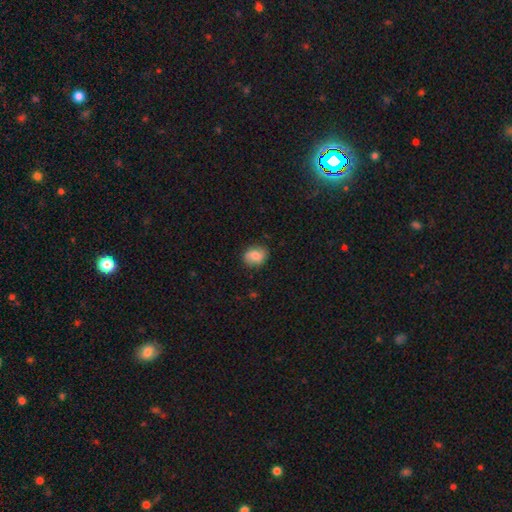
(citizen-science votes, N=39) Smooth or featured?
  - smooth: 69% *
  - featured or disk: 26%
  - star or artifact: 5%
How rounded?
  - in between: 52% *
  - round: 48%
  - cigar-shaped: 0%
Merging?
  - none: 86% *
  - major disturbance: 8%
  - minor disturbance: 3%
  - merger: 3%